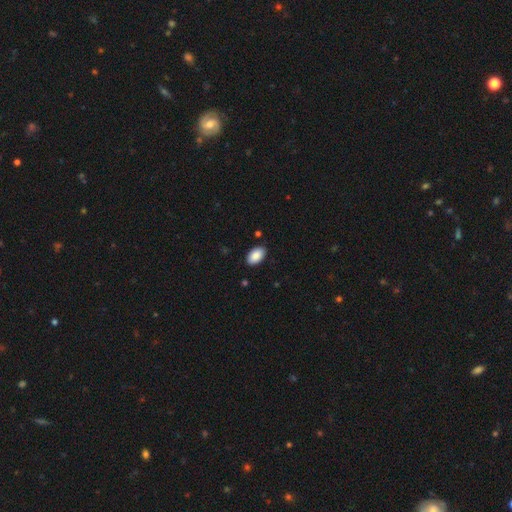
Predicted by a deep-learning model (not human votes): This appears to be a smooth galaxy with no disk features (89%) that is in between round and cigar-shaped (95%). Merging: none (88%).